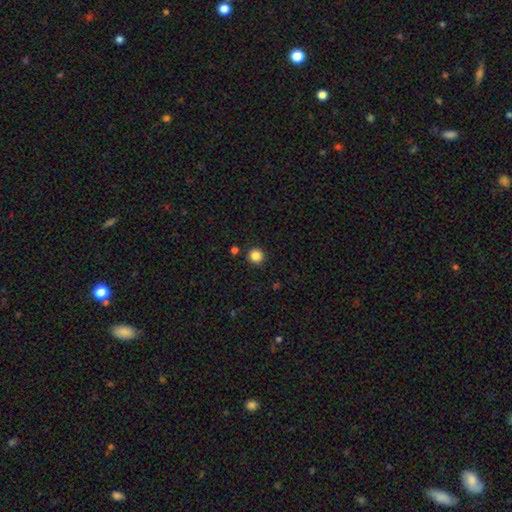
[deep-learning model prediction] A smooth galaxy with no disk features (85%) that is round (94%).

Vote fractions:
- Smooth or featured? smooth: 85% / star or artifact: 11% / featured or disk: 3%
- How rounded? round: 94% / in between: 5% / cigar-shaped: 1%
- Merging? none: 91% / minor disturbance: 5% / merger: 2% / major disturbance: 2%